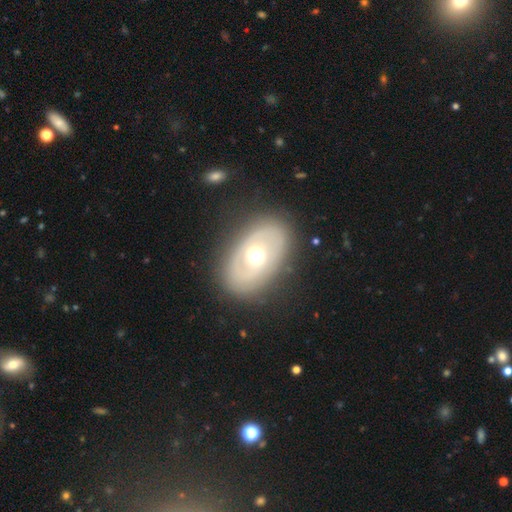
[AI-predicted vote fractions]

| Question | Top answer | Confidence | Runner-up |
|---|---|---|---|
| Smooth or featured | featured or disk | 56% | smooth (37%) |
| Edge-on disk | no | 91% | yes (9%) |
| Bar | no | 82% | weak (13%) |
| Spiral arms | no | 79% | yes (21%) |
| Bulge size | moderate | 66% | large (24%) |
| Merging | none | 81% | minor disturbance (11%) |